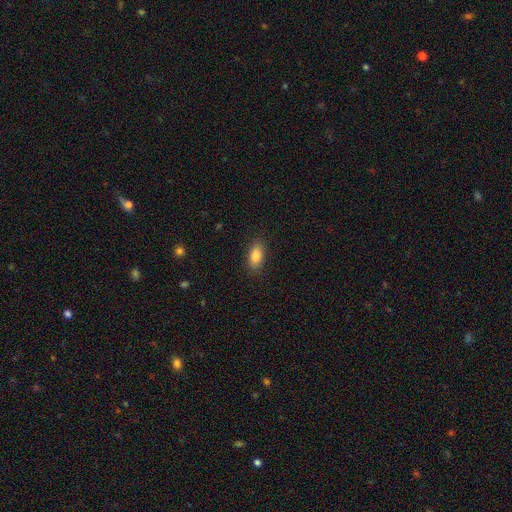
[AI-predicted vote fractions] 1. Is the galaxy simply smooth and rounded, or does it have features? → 83% smooth, 9% featured or disk, 8% star or artifact.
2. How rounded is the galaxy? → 89% in between, 6% round, 5% cigar-shaped.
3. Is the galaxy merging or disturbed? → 87% none, 9% minor disturbance, 2% major disturbance, 1% merger.